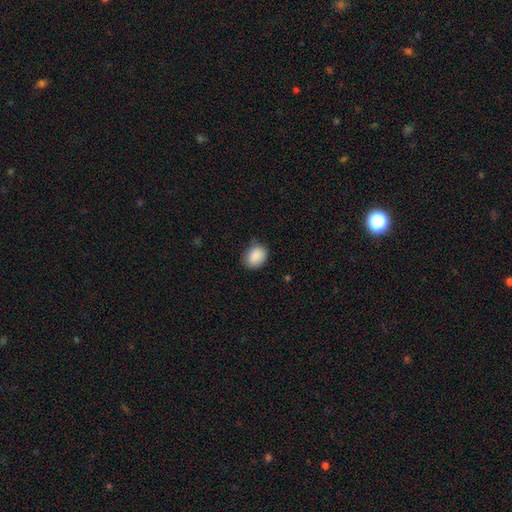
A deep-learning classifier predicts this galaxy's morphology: This appears to be a smooth galaxy with no disk features (88%) that is in between round and cigar-shaped (58%). Merging: none (75%).